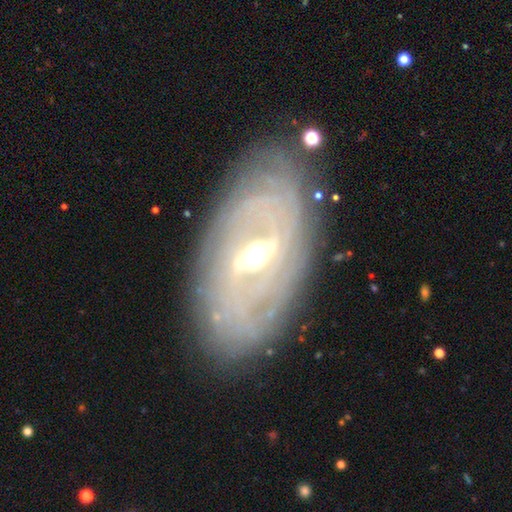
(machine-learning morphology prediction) Smooth or featured: featured or disk — 83% (smooth — 11%)
Edge-on disk: no — 90% (yes — 10%)
Bar: weak — 44% (strong — 43%)
Spiral arms: yes — 82% (no — 18%)
Spiral winding: tight — 70% (medium — 21%)
Spiral arm count: can't tell — 52% (2 — 19%)
Bulge size: moderate — 69% (small — 20%)
Merging: none — 80% (minor disturbance — 14%)